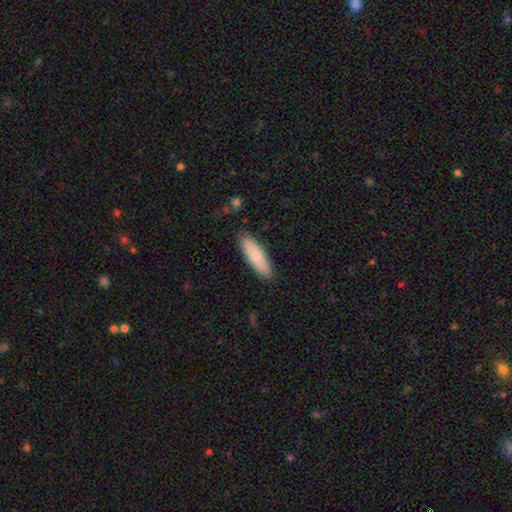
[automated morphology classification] This is likely a smooth galaxy (72%). How rounded: possibly cigar-shaped (53%). Merging: clearly none (87%).